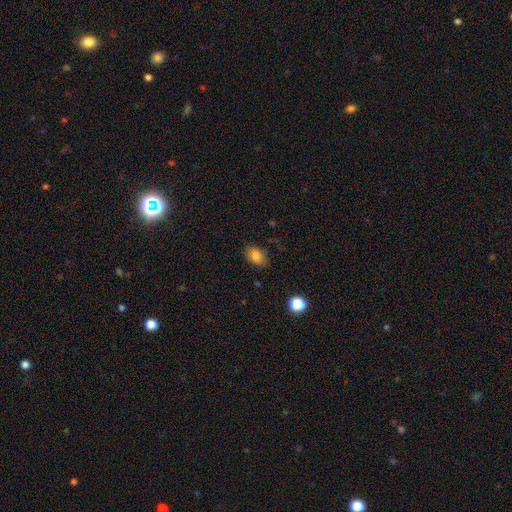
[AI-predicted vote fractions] smooth-or-featured: smooth: 83% | star or artifact: 9% | featured or disk: 8%
  how-rounded: in between: 81% | round: 17% | cigar-shaped: 1%
  merging: none: 81% | minor disturbance: 15% | major disturbance: 3% | merger: 1%